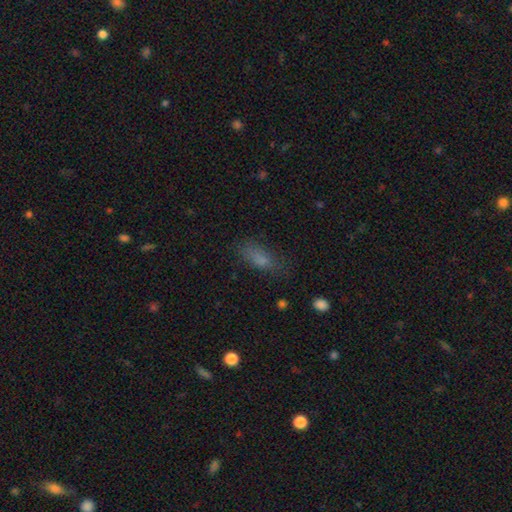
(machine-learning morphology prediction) Overall: smooth (71%). How rounded: in between (71%). Merging: none (70%).